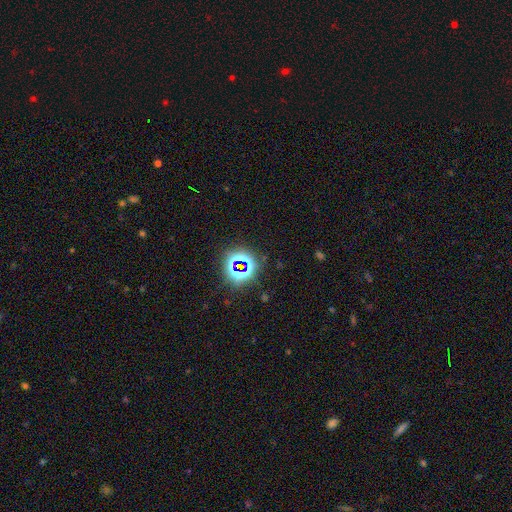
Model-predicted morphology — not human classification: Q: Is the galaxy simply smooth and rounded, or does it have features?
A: star or artifact — 80%.